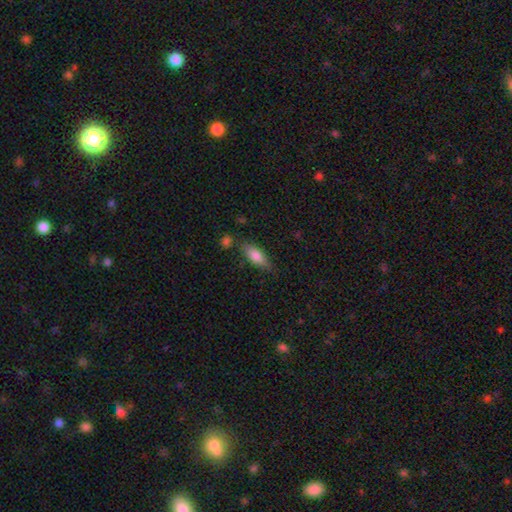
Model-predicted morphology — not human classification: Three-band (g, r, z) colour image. It shows a smooth galaxy with no disk features (80%) that is in between round and cigar-shaped (74%). Merging: none (70%).